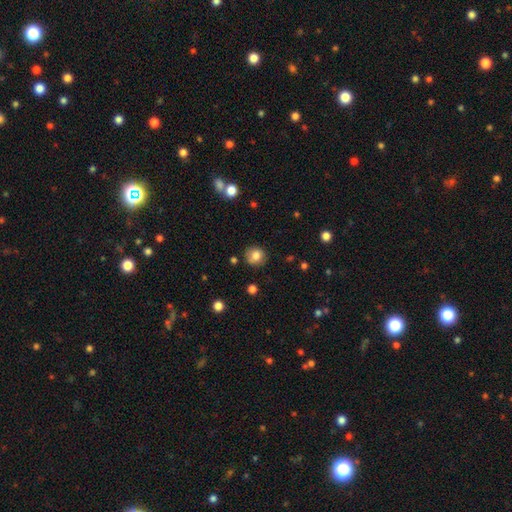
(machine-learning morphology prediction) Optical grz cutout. It shows a smooth galaxy with no disk features (81%) that is round (86%). Merging: none (83%).